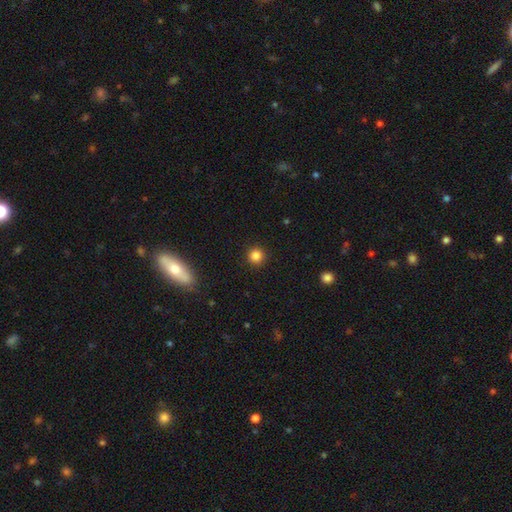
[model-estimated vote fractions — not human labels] Q: Smooth or featured?
A: smooth (84%); runner-up: star or artifact (12%)
Q: How rounded?
A: round (94%); runner-up: in between (5%)
Q: Merging?
A: none (92%); runner-up: minor disturbance (5%)